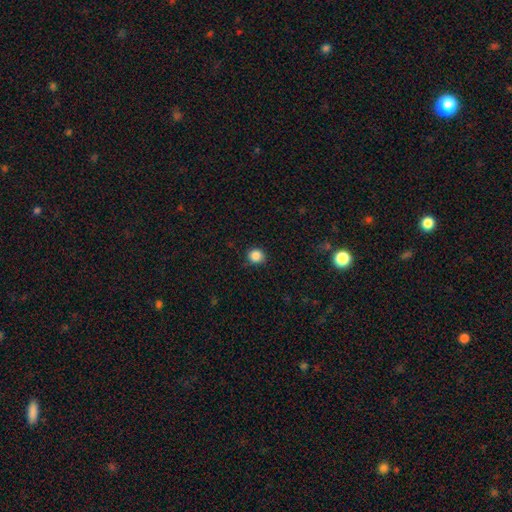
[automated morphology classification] Overall: smooth (86%). How rounded: round (88%). Merging: none (85%).